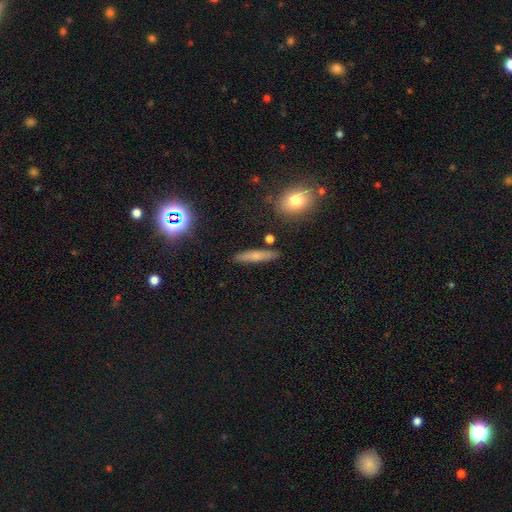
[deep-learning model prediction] The model was most divided on "smooth or featured": smooth: 65%, featured or disk: 24%, star or artifact: 11%. More confident: merging — none (86%); how rounded — cigar-shaped (83%).